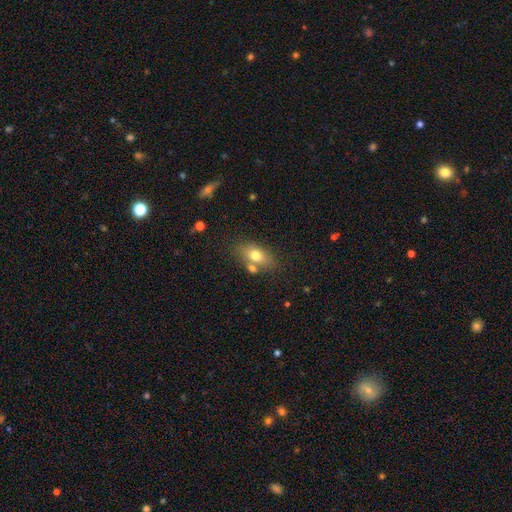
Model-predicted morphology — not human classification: Smooth or featured? smooth (73%)
How rounded? in between (83%)
Merging? none (63%)